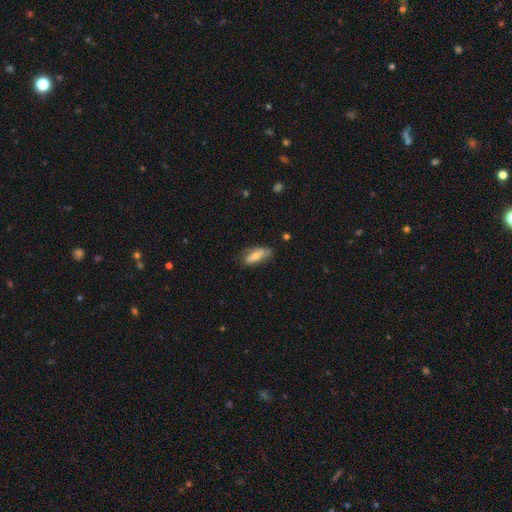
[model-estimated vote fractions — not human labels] smooth 58%, featured or disk 35%, star or artifact 7%. Down the decision tree: how rounded — in between (70%); merging — none (60%).